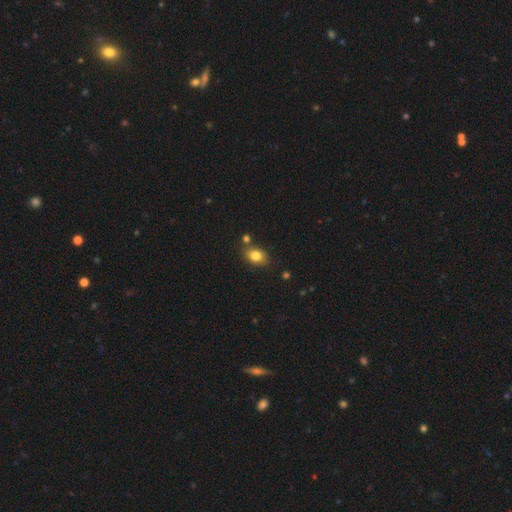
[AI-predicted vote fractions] Q: Smooth or featured?
A: smooth (81%); runner-up: star or artifact (10%)
Q: How rounded?
A: in between (70%); runner-up: round (28%)
Q: Merging?
A: none (74%); runner-up: minor disturbance (14%)